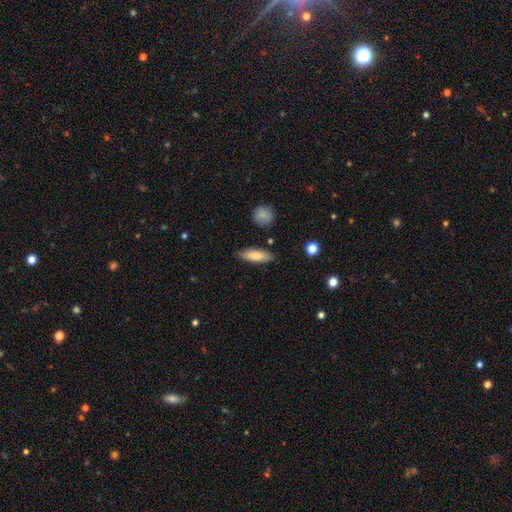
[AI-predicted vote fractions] smooth_or_featured: smooth (p=0.81) [alt: featured or disk p=0.13]
how_rounded: in between (p=0.53) [alt: cigar-shaped p=0.45]
merging: none (p=0.85) [alt: minor disturbance p=0.10]